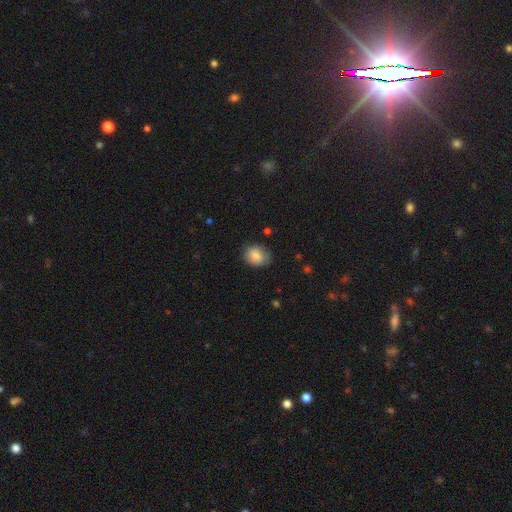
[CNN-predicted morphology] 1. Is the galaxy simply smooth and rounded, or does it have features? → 84% smooth, 8% featured or disk, 8% star or artifact.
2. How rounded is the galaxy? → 54% in between, 45% round, 1% cigar-shaped.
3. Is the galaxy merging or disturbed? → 75% none, 19% minor disturbance, 4% major disturbance, 1% merger.